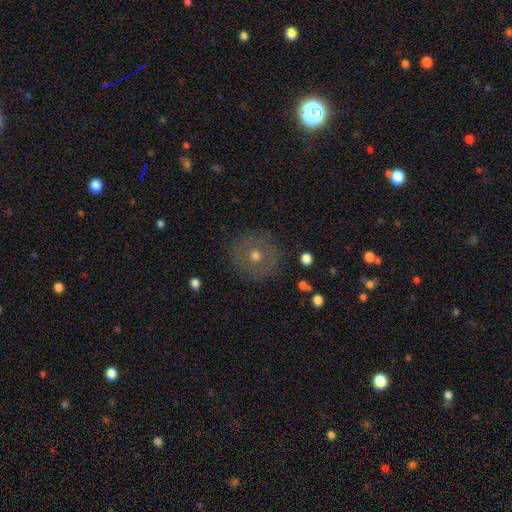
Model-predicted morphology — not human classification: A smooth galaxy with no disk features (53%) that is round (92%).

Vote fractions:
- Smooth or featured? smooth: 53% / featured or disk: 33% / star or artifact: 14%
- How rounded? round: 92% / in between: 7% / cigar-shaped: 1%
- Merging? none: 87% / minor disturbance: 9% / major disturbance: 3% / merger: 1%